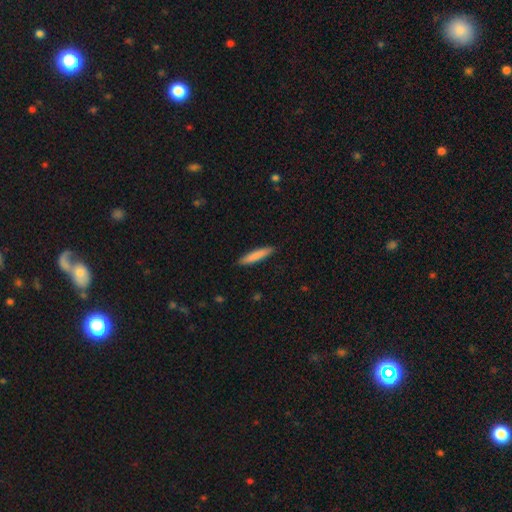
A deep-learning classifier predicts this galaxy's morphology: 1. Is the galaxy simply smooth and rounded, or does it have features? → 83% smooth, 11% featured or disk, 6% star or artifact.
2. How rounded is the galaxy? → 90% cigar-shaped, 9% in between, 1% round.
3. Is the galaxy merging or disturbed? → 89% none, 8% minor disturbance, 2% major disturbance, 1% merger.